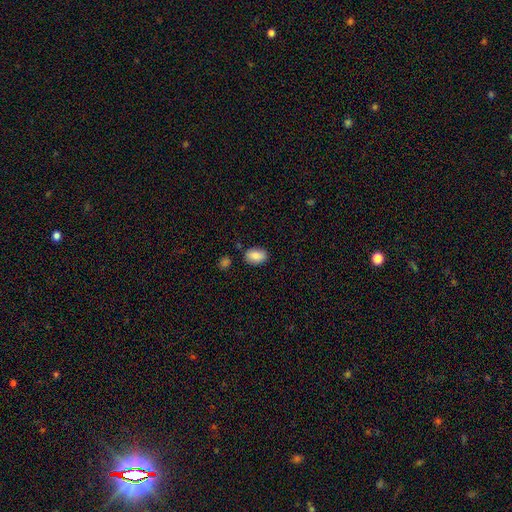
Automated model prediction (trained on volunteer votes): Smooth or featured? smooth (86%)
How rounded? in between (87%)
Merging? none (81%)